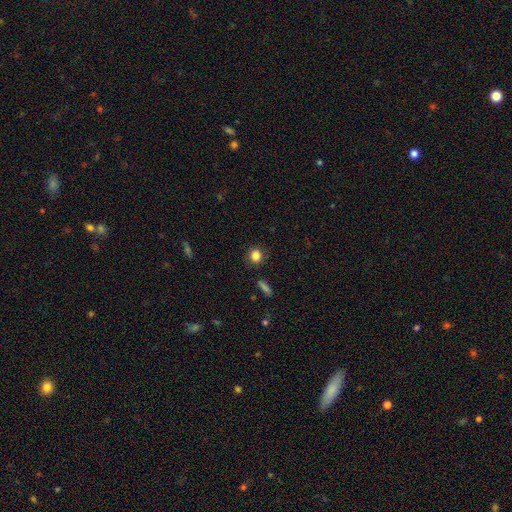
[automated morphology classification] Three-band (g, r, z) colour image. It shows a smooth galaxy with no disk features (84%) that is round (84%). Merging: none (88%).